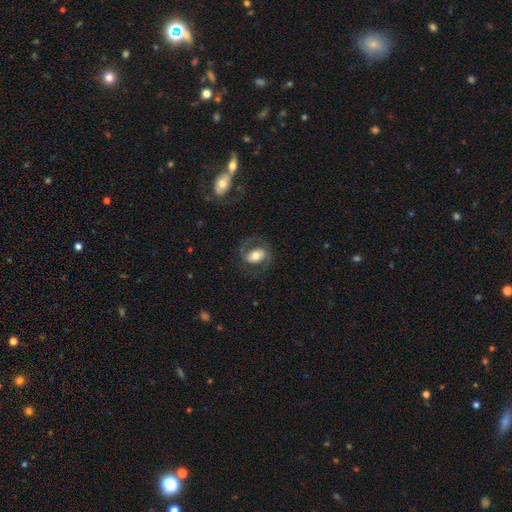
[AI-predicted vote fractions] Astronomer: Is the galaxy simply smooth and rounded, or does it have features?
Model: featured or disk — 60%.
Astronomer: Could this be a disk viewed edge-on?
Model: no — 96%.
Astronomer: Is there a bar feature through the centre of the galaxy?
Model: no — 42% (runner-up: weak, 32%).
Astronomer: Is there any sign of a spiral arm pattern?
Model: yes — 74%.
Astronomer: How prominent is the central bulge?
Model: moderate — 62%.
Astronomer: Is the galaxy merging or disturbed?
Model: none — 69%.